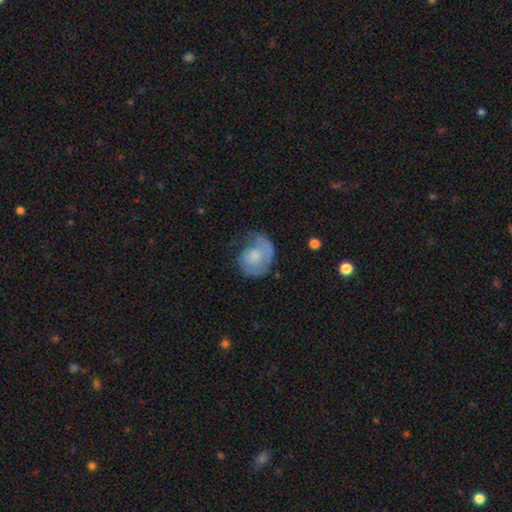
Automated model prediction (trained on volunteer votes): A featured or disk galaxy (51%) with no bar (81%), spiral arms (73%) and a moderate central bulge (34%).

Vote fractions:
- Smooth or featured? featured or disk: 51% / smooth: 42% / star or artifact: 7%
- Edge-on disk? no: 97% / yes: 3%
- Bar? no: 81% / weak: 17% / strong: 2%
- Spiral arms? yes: 73% / no: 27%
- Bulge size? moderate: 34% / small: 28% / none: 19% / large: 16% / dominant: 3%
- Merging? none: 36% / major disturbance: 35% / minor disturbance: 26% / merger: 3%